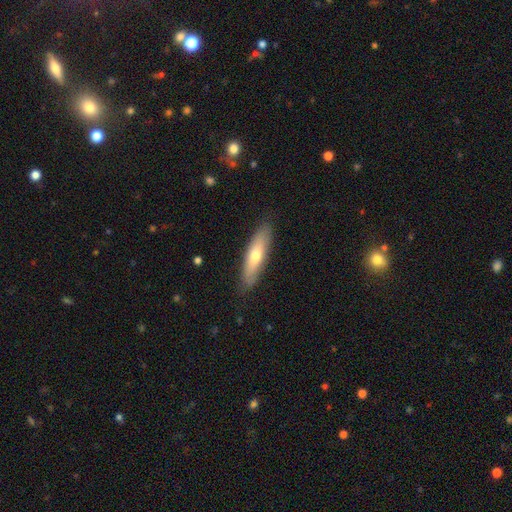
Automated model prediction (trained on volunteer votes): Q: Smooth or featured?
A: smooth (59%); runner-up: featured or disk (35%)
Q: How rounded?
A: cigar-shaped (63%); runner-up: in between (35%)
Q: Merging?
A: none (84%); runner-up: minor disturbance (12%)